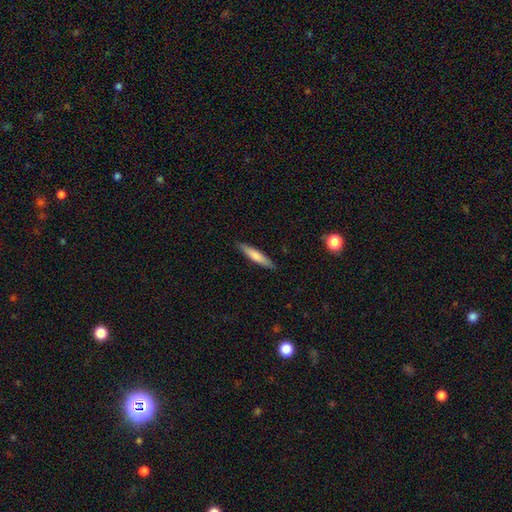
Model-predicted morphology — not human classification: smooth-or-featured: smooth: 72% | featured or disk: 23% | star or artifact: 5%
  how-rounded: cigar-shaped: 88% | in between: 11% | round: 1%
  merging: none: 90% | minor disturbance: 8% | major disturbance: 2% | merger: 1%